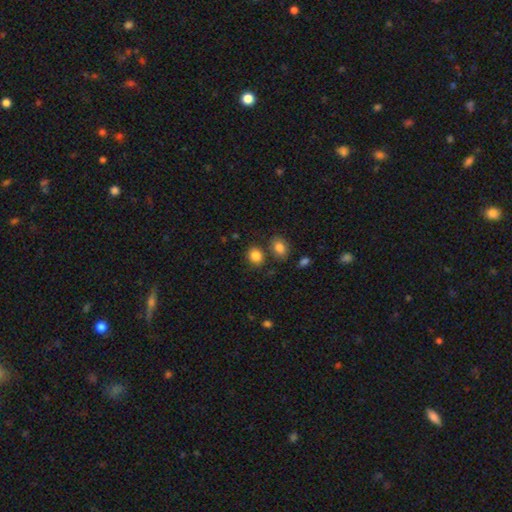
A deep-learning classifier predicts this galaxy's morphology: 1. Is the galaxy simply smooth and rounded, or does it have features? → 85% smooth, 10% star or artifact, 5% featured or disk.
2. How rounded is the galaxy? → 58% round, 41% in between, 1% cigar-shaped.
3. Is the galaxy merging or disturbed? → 73% none, 12% merger, 11% minor disturbance, 3% major disturbance.